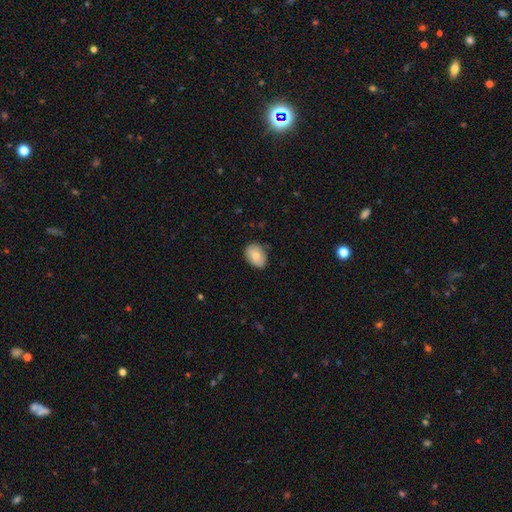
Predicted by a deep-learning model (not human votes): A smooth galaxy with no disk features (80%) that is in between round and cigar-shaped (72%). Merging: none (76%).